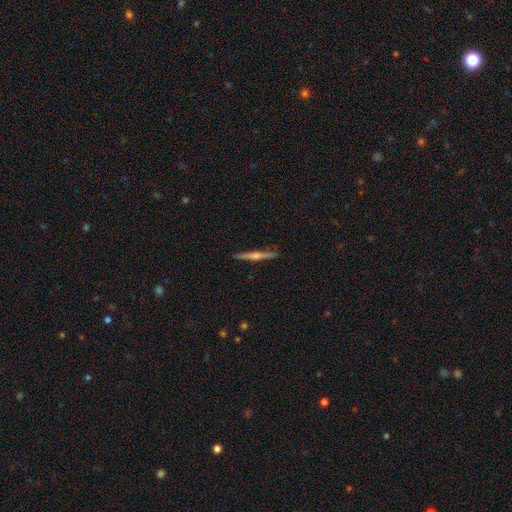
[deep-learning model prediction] Smooth or featured?
  - featured or disk: 75% *
  - smooth: 19%
  - star or artifact: 6%
Edge-on disk?
  - yes: 98% *
  - no: 2%
Edge-on bulge?
  - rounded: 86% *
  - none: 9%
  - boxy: 5%
Merging?
  - none: 91% *
  - minor disturbance: 6%
  - major disturbance: 1%
  - merger: 1%